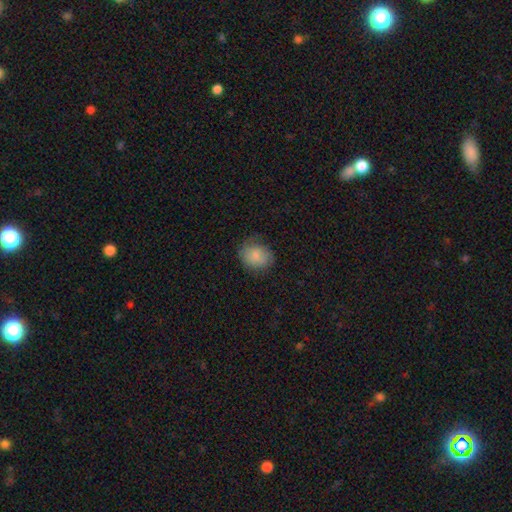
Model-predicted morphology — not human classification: smooth 81%, featured or disk 12%, star or artifact 8%. Down the decision tree: how rounded — round (62%); merging — none (66%).